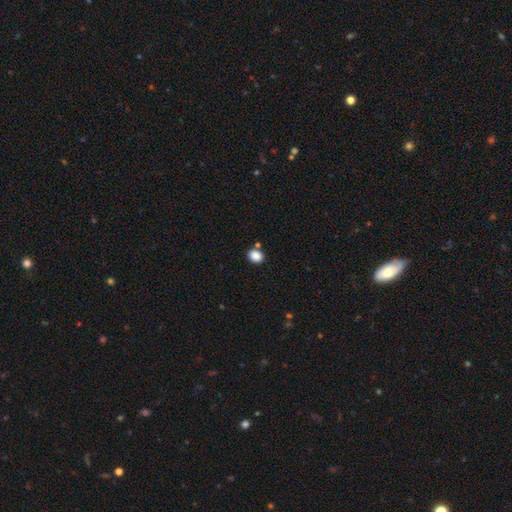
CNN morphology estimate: smooth 87%, star or artifact 10%, featured or disk 4%. Down the decision tree: how rounded — round (51%); merging — none (78%).